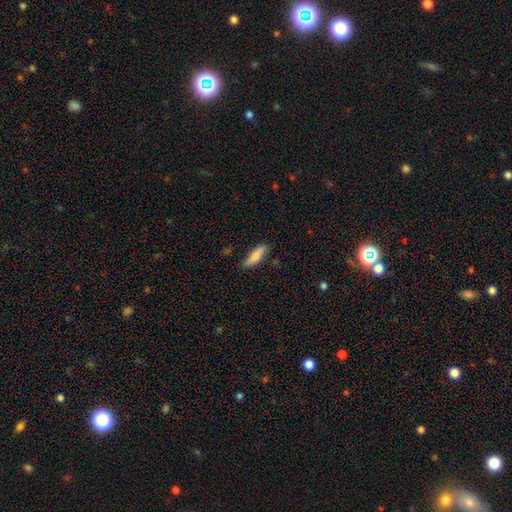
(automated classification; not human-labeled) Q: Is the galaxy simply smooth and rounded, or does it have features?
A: smooth — 78%.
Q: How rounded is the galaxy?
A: cigar-shaped — 51%.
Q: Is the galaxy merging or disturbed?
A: none — 78%.